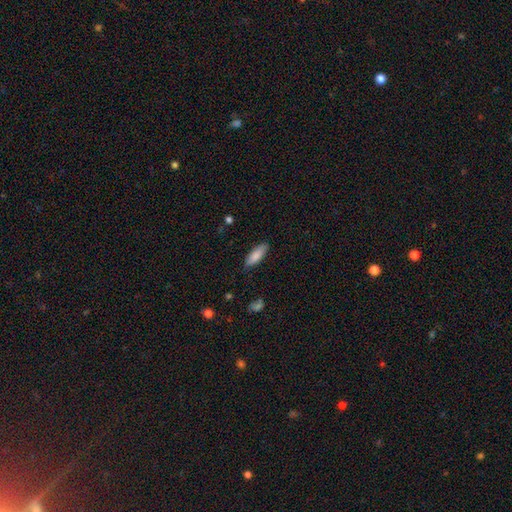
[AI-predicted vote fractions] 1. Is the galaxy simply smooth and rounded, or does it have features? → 84% smooth, 10% featured or disk, 6% star or artifact.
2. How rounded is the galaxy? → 59% in between, 39% cigar-shaped, 2% round.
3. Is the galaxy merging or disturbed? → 83% none, 13% minor disturbance, 2% major disturbance, 1% merger.